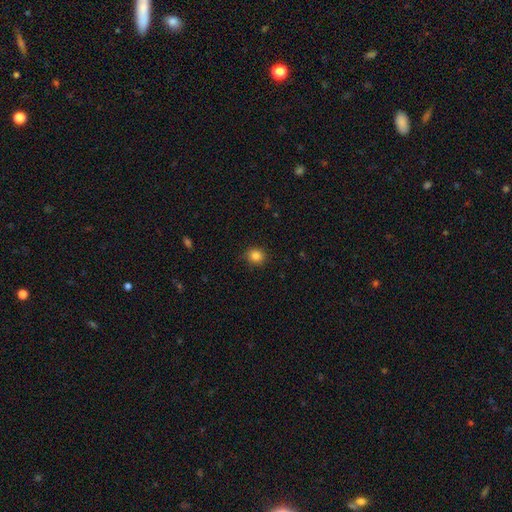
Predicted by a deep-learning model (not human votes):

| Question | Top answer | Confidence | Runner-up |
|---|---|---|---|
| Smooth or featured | smooth | 84% | star or artifact (11%) |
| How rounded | round | 85% | in between (14%) |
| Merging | none | 88% | minor disturbance (9%) |